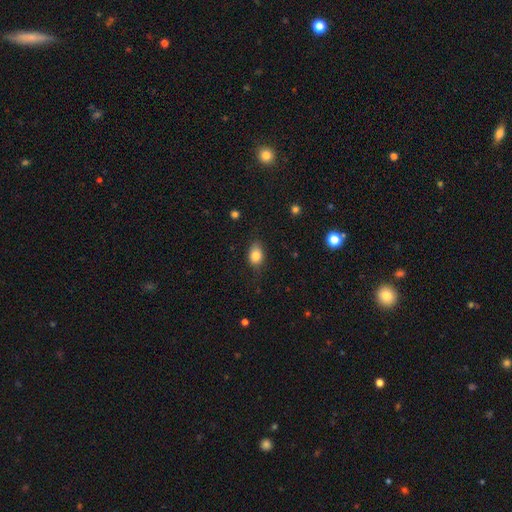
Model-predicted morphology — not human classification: A smooth galaxy with no disk features (81%) that is in between round and cigar-shaped (73%). Merging: none (76%).